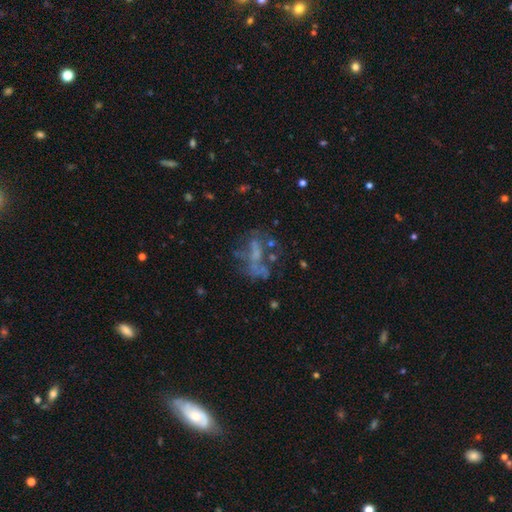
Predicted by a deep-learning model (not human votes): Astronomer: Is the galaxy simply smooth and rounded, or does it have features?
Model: featured or disk — 57%.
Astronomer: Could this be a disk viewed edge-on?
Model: no — 95%.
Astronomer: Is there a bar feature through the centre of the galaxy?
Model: no — 73%.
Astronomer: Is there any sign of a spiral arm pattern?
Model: no — 80%.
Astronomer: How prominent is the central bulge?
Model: none — 66%.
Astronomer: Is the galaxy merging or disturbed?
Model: none — 43% (runner-up: major disturbance, 30%).